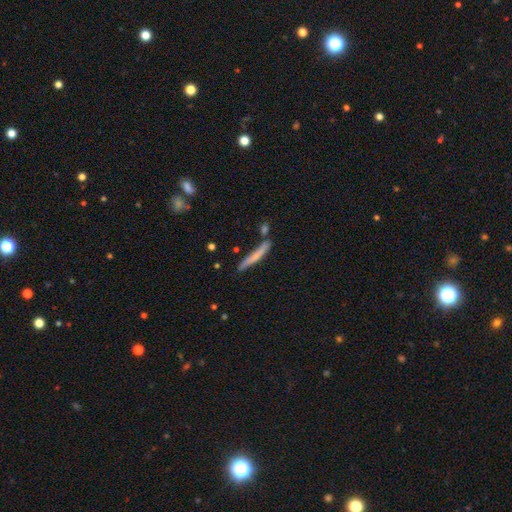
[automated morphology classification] This appears to be a smooth galaxy with no disk features (63%) that is cigar-shaped (94%). Merging: none (71%).